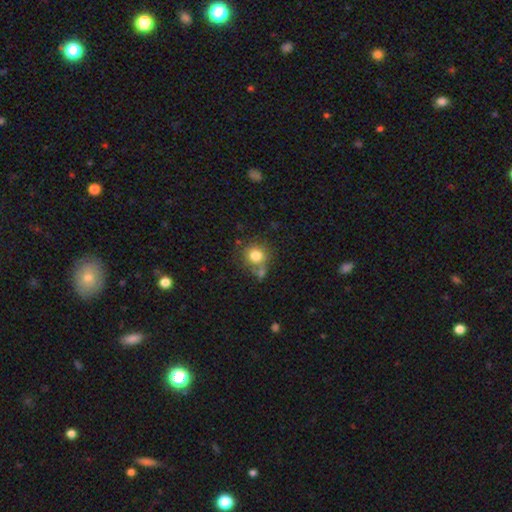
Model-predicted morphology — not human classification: Smooth or featured: smooth — 80% (star or artifact — 10%)
How rounded: round — 84% (in between — 15%)
Merging: none — 60% (merger — 19%)